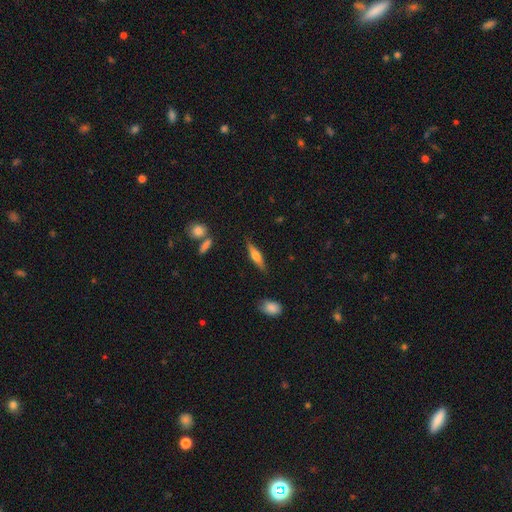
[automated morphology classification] A smooth galaxy with no disk features (50%). Merging: none (82%).